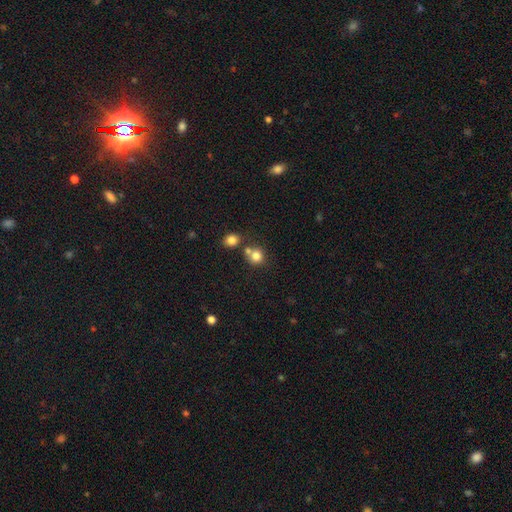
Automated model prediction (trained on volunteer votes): The model was most divided on "merging": none: 56%, merger: 32%, minor disturbance: 9%, major disturbance: 3%. More confident: how rounded — round (85%); smooth or featured — smooth (79%).